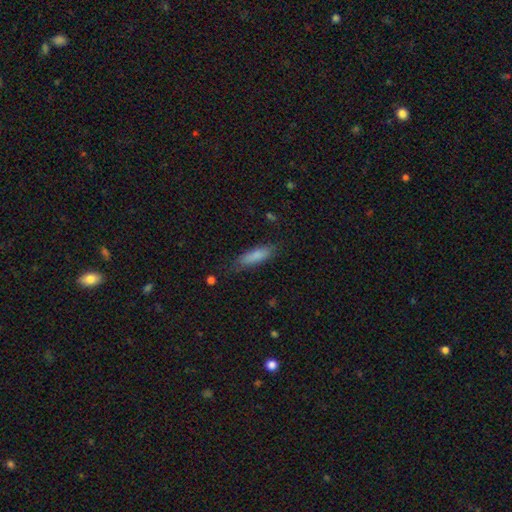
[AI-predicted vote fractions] Smooth or featured: smooth — 83% (featured or disk — 10%)
How rounded: cigar-shaped — 54% (in between — 45%)
Merging: none — 76% (minor disturbance — 18%)